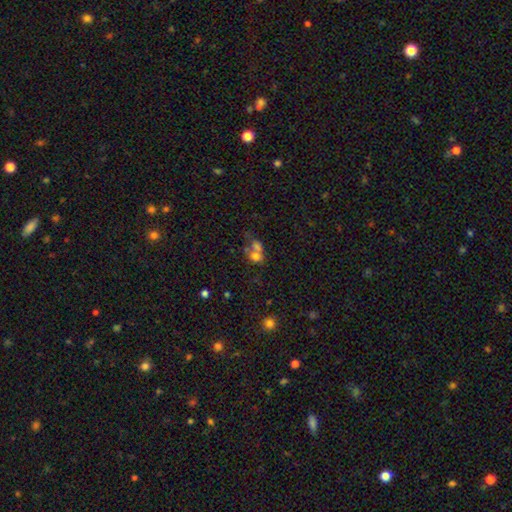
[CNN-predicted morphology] Smooth or featured: smooth — 65% (featured or disk — 19%)
How rounded: round — 53% (in between — 45%)
Merging: merger — 60% (none — 25%)